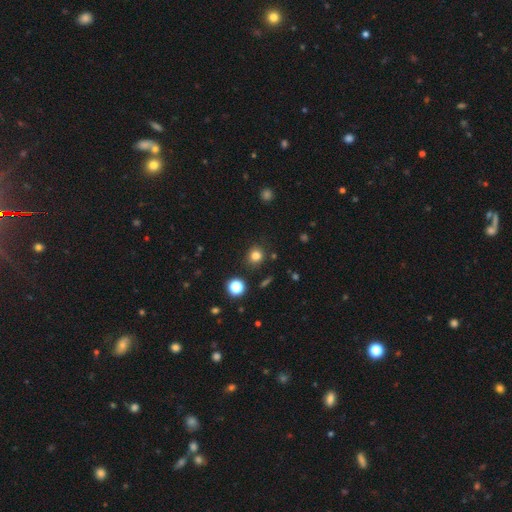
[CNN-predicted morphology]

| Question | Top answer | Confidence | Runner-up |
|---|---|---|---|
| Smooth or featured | smooth | 80% | star or artifact (15%) |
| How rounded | round | 81% | in between (18%) |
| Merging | none | 84% | minor disturbance (10%) |